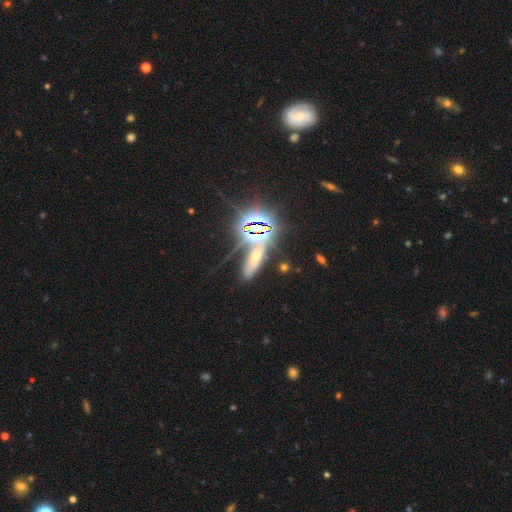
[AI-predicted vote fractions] Q: Smooth or featured?
A: star or artifact (50%); runner-up: smooth (26%)